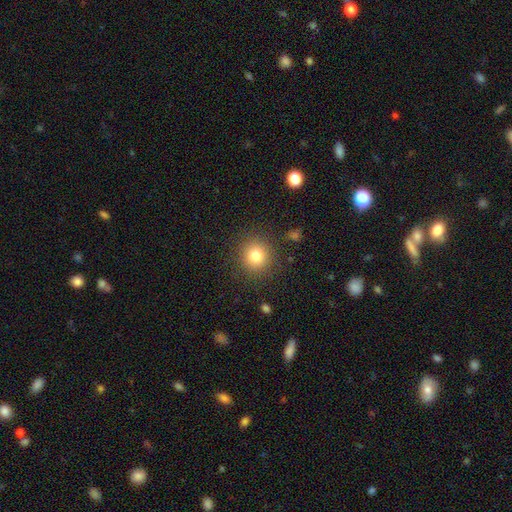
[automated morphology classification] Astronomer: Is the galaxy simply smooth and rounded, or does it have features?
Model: smooth — 80%.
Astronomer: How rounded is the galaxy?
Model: round — 91%.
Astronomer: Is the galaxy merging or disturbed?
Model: none — 88%.